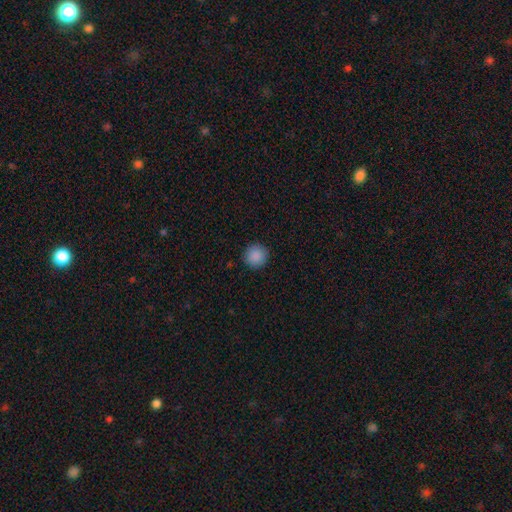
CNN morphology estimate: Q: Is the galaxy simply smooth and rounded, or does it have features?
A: smooth — 89%.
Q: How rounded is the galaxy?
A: round — 95%.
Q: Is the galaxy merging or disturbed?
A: none — 92%.